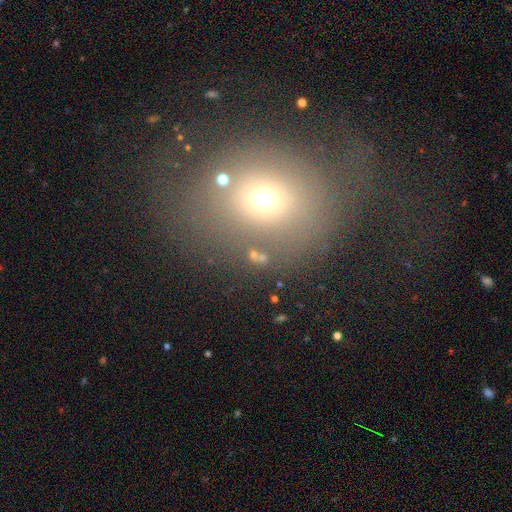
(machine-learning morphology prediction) Overall: smooth (61%). How rounded: round (68%; in between 31%). Merging: none (47%; major disturbance 27%).